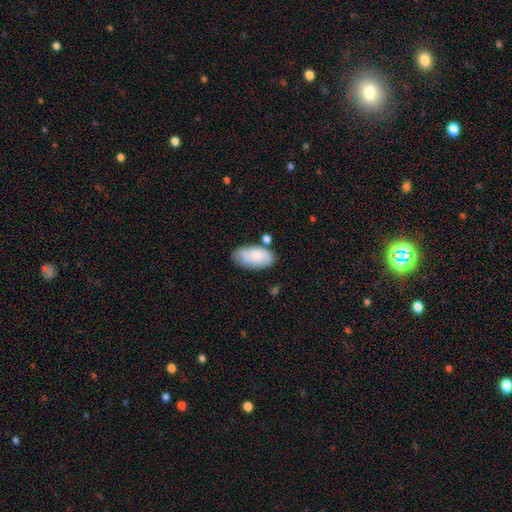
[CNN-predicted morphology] Smooth or featured? Predicted: smooth (p=0.77). How rounded? Predicted: in between (p=0.94). Merging? Predicted: none (p=0.60).